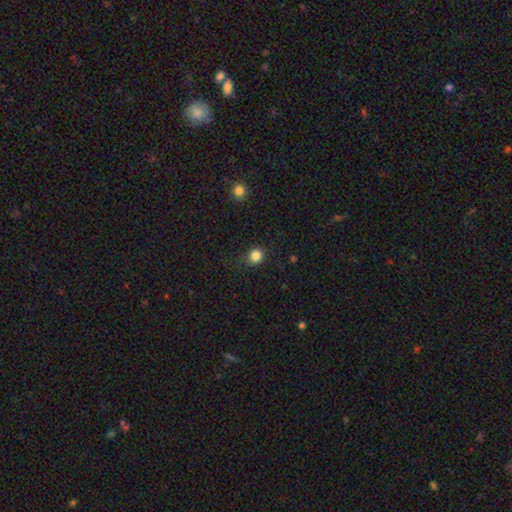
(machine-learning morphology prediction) A smooth galaxy with no disk features (84%) that is round (86%). Merging: none (84%).